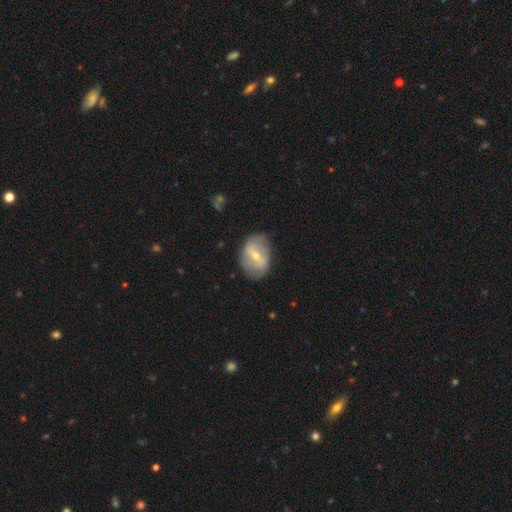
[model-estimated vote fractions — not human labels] Smooth or featured: featured or disk — 59% (smooth — 34%)
Edge-on disk: no — 94% (yes — 6%)
Bar: strong — 43% (tied with weak — 43%)
Spiral arms: no — 53% (yes — 47%)
Bulge size: small — 49% (moderate — 46%)
Merging: none — 73% (minor disturbance — 19%)